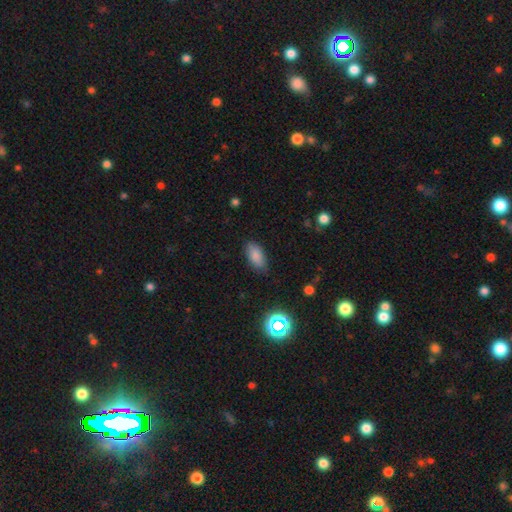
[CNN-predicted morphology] This is clearly a smooth galaxy (82%). How rounded: clearly in between (91%). Merging: clearly none (81%).